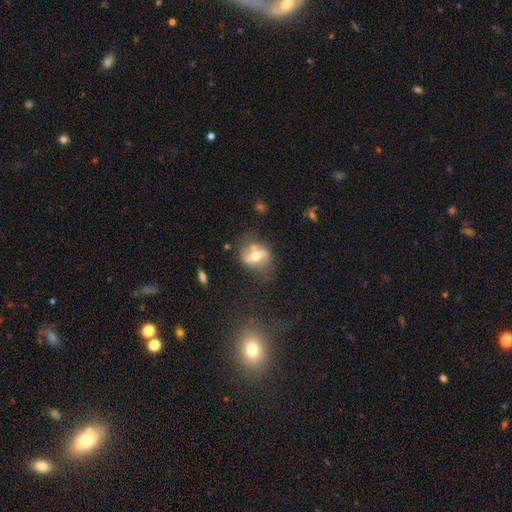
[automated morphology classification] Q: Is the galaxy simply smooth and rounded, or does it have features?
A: smooth — 46%.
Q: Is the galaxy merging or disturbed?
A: none — 56%.